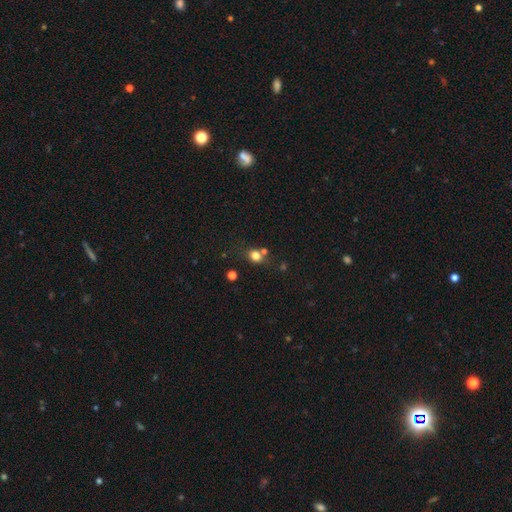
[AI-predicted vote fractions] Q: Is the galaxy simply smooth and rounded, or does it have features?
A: smooth — 76%.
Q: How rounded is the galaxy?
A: round — 68%.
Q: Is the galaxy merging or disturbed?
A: none — 62%.